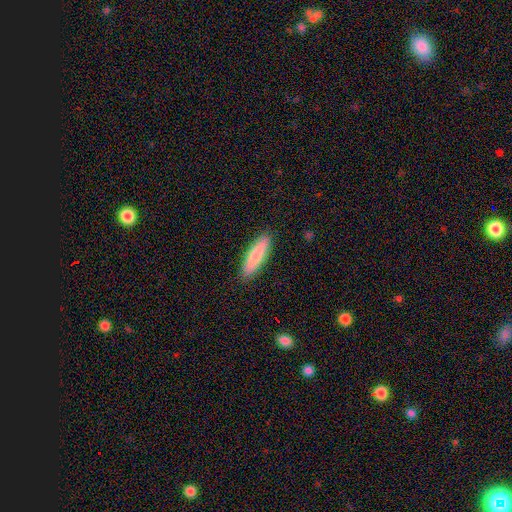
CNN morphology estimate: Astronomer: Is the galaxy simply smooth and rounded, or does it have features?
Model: smooth — 81%.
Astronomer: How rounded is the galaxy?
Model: cigar-shaped — 71%.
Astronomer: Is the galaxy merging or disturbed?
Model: none — 89%.